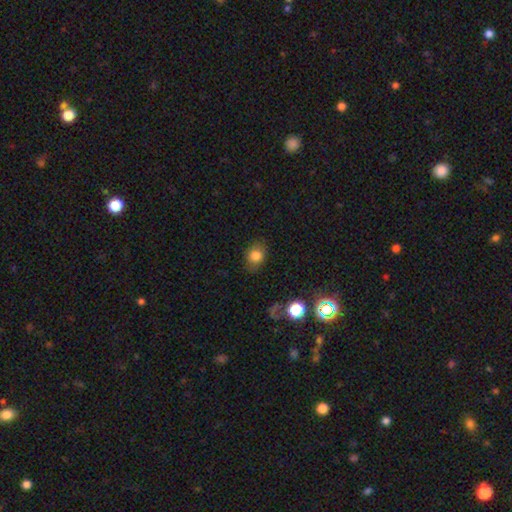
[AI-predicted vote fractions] smooth_or_featured: smooth (p=0.80) [alt: star or artifact p=0.11]
how_rounded: in between (p=0.51) [alt: round p=0.48]
merging: none (p=0.82) [alt: minor disturbance p=0.13]